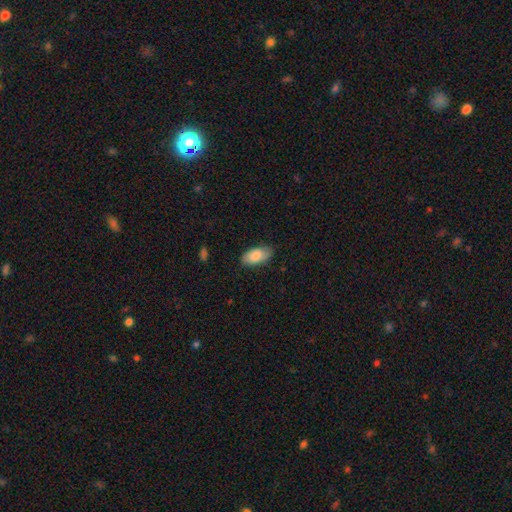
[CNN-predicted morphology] This appears to be a smooth galaxy with no disk features (85%) that is in between round and cigar-shaped (93%). Merging: none (76%).